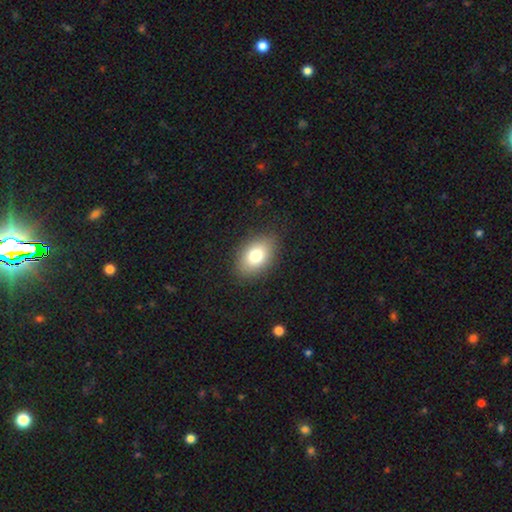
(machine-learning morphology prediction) Q: Smooth or featured?
A: smooth (79%); runner-up: featured or disk (12%)
Q: How rounded?
A: in between (85%); runner-up: round (14%)
Q: Merging?
A: none (86%); runner-up: minor disturbance (10%)